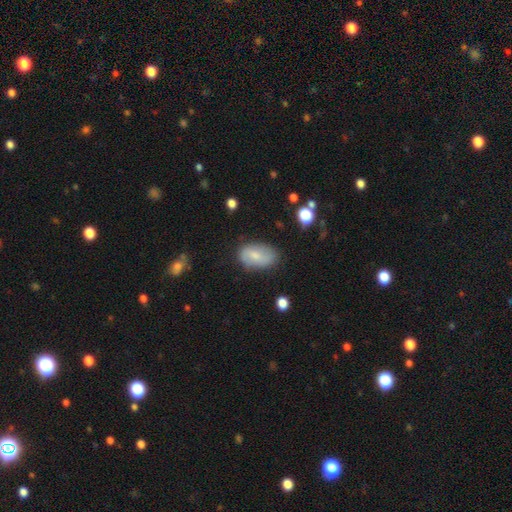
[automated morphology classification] This is likely a smooth galaxy (67%). How rounded: clearly in between (91%). Merging: likely none (72%).